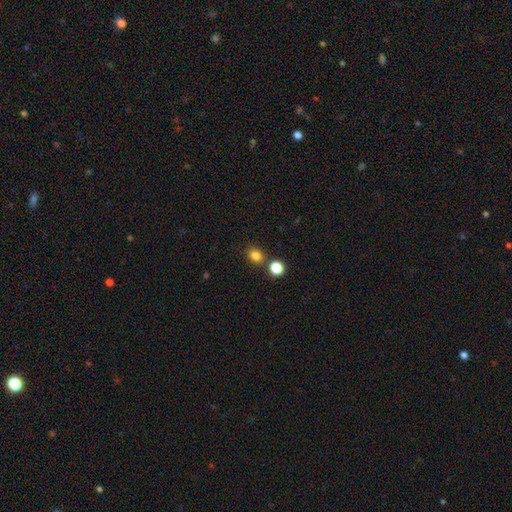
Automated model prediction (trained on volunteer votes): Overall: smooth (81%). How rounded: round (68%; in between 31%). Merging: none (77%).